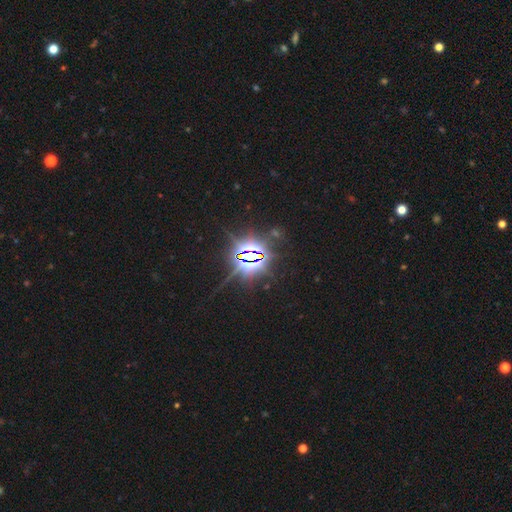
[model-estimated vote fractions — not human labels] Smooth or featured? star or artifact (86%)